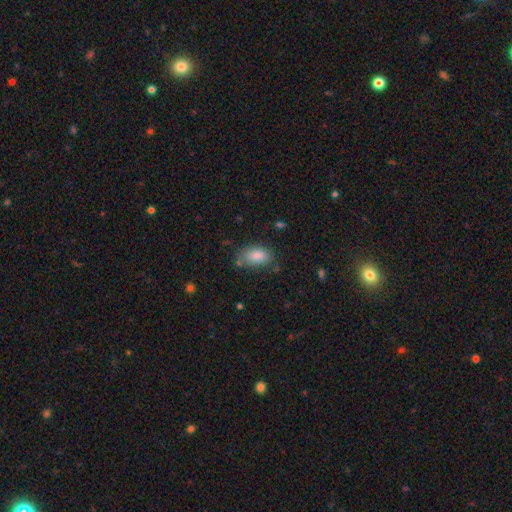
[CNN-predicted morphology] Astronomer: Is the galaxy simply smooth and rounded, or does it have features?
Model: smooth — 86%.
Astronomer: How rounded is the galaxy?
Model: in between — 91%.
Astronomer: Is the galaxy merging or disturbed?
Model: none — 73%.